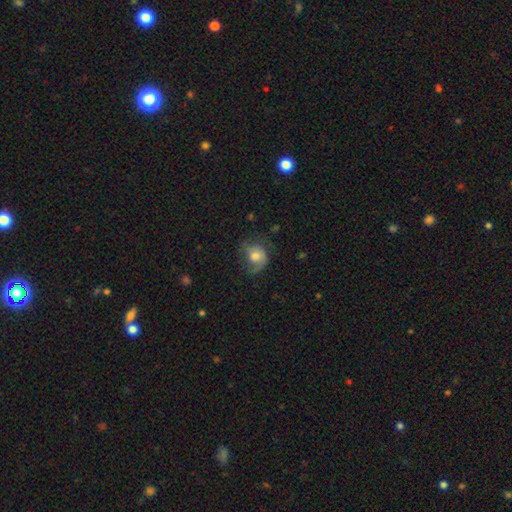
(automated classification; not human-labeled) A smooth galaxy with no disk features (55%) that is round (57%).

Vote fractions:
- Smooth or featured? smooth: 55% / featured or disk: 36% / star or artifact: 9%
- How rounded? round: 57% / in between: 42% / cigar-shaped: 1%
- Merging? none: 45% / minor disturbance: 28% / major disturbance: 25% / merger: 2%